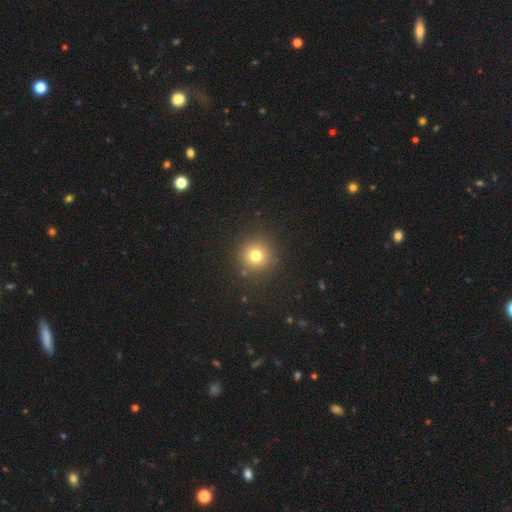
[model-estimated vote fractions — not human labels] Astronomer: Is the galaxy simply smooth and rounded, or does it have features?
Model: smooth — 76%.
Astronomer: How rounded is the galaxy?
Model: round — 95%.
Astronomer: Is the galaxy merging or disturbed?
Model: none — 90%.